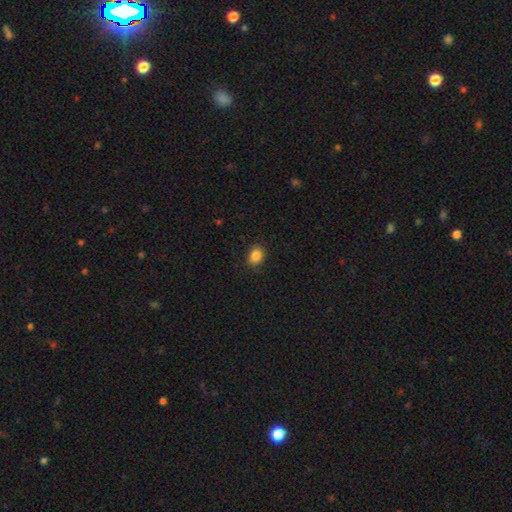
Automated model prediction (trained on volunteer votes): Morphology: type=smooth (87%); roundness=in between (61%); merging=none (86%).